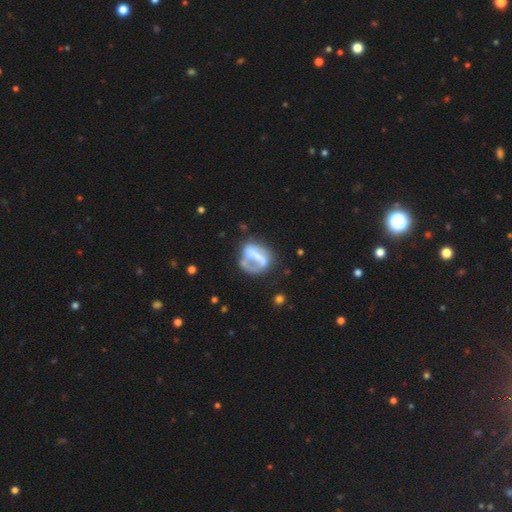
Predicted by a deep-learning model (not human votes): Smooth or featured?
  - featured or disk: 49% *
  - smooth: 42%
  - star or artifact: 9%
Merging?
  - none: 40% *
  - major disturbance: 28%
  - minor disturbance: 22%
  - merger: 10%